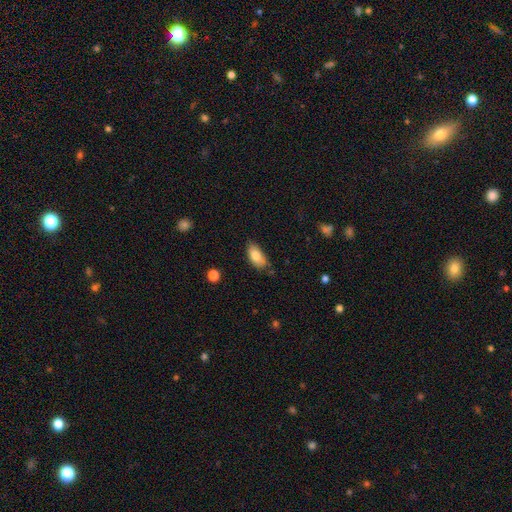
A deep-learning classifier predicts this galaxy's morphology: This appears to be a smooth galaxy with no disk features (81%) that is in between round and cigar-shaped (92%). Merging: none (69%).